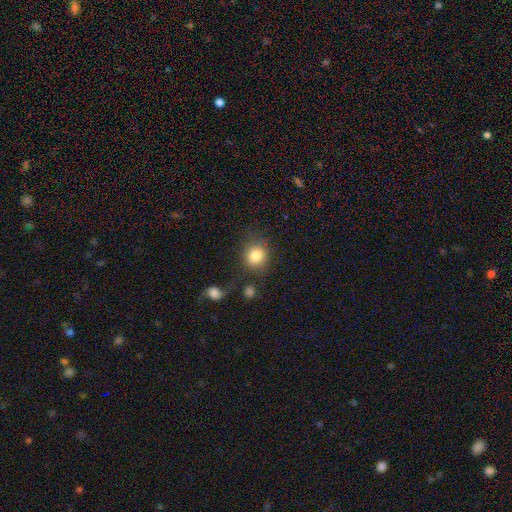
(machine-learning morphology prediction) This is clearly a smooth galaxy (85%). How rounded: clearly round (83%). Merging: likely none (72%).